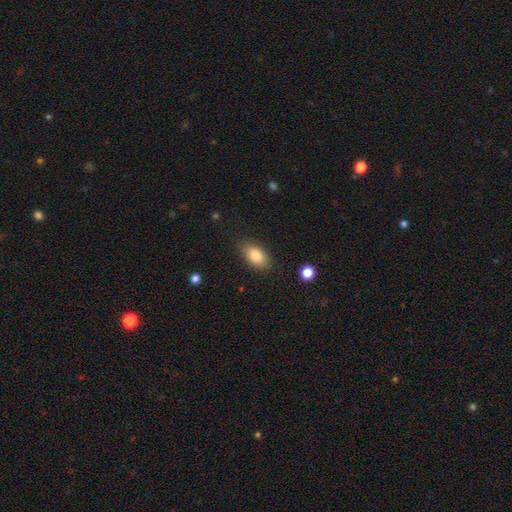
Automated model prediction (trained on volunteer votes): Overall: smooth (82%). How rounded: in between (90%). Merging: none (83%).